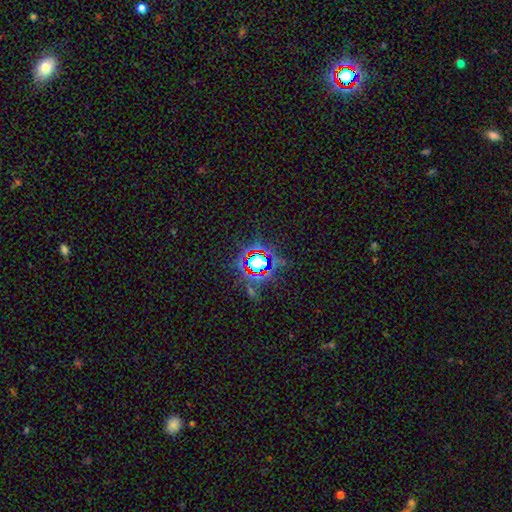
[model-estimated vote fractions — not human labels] A star or artifact, not a galaxy (72%).